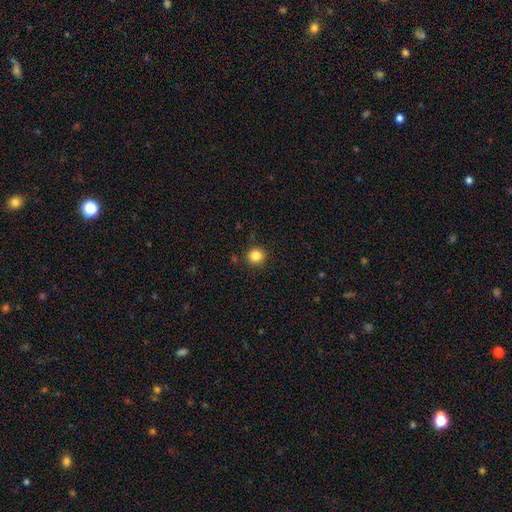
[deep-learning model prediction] This is clearly a smooth galaxy (84%). How rounded: clearly round (93%). Merging: clearly none (90%).